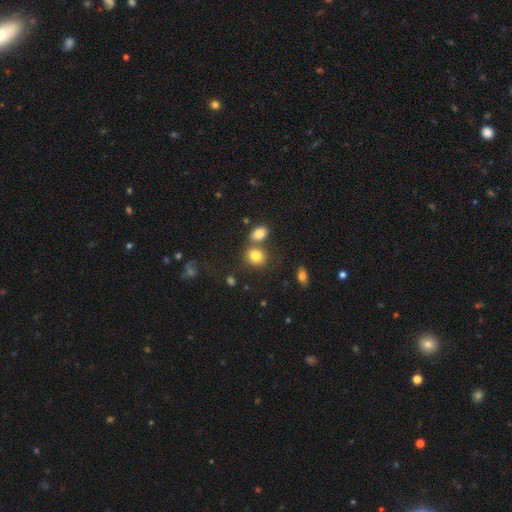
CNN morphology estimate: smooth-or-featured: smooth: 81% | star or artifact: 10% | featured or disk: 8%
  how-rounded: round: 62% | in between: 37% | cigar-shaped: 1%
  merging: none: 55% | merger: 29% | minor disturbance: 11% | major disturbance: 5%